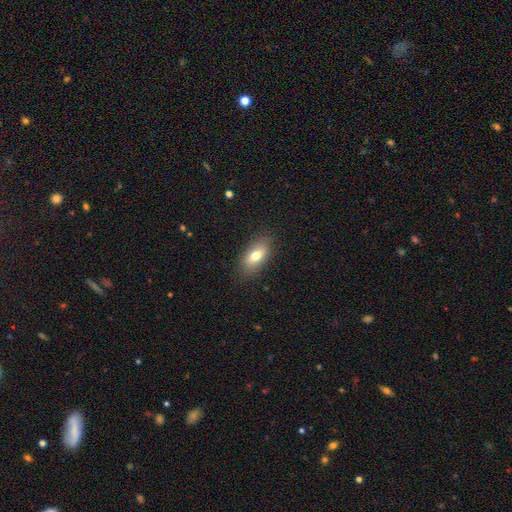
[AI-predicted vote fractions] This is likely a smooth galaxy (73%). How rounded: clearly in between (86%). Merging: clearly none (84%).